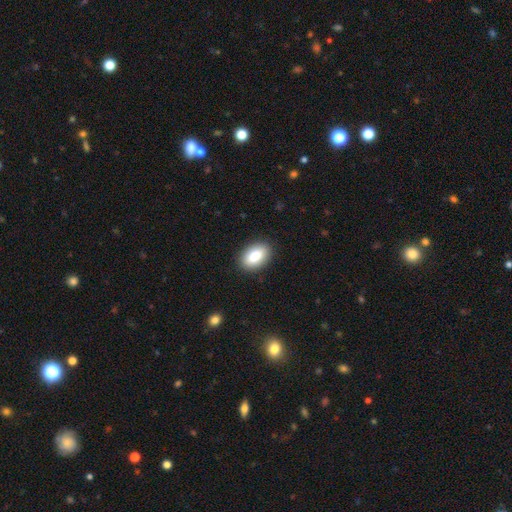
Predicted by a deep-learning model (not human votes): smooth_or_featured: smooth (p=0.86) [alt: featured or disk p=0.08]
how_rounded: in between (p=0.91) [alt: round p=0.07]
merging: none (p=0.89) [alt: minor disturbance p=0.08]